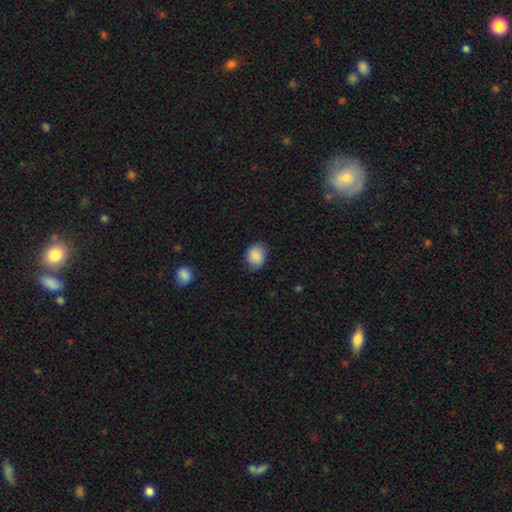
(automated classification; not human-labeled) Smooth or featured: smooth — 87% (star or artifact — 7%)
How rounded: round — 52% (in between — 47%)
Merging: none — 79% (minor disturbance — 17%)